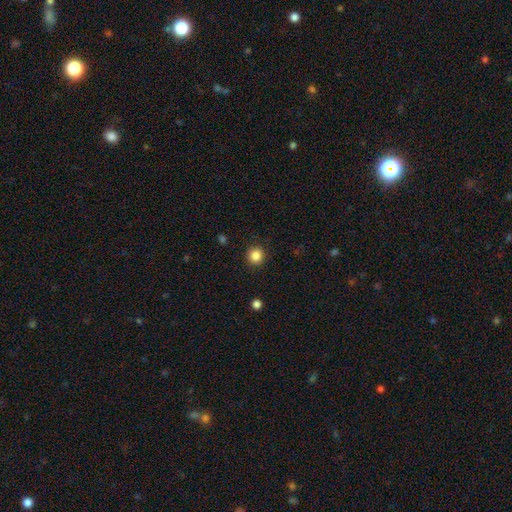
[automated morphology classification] smooth_or_featured: smooth (p=0.85) [alt: star or artifact p=0.11]
how_rounded: round (p=0.92) [alt: in between p=0.07]
merging: none (p=0.91) [alt: minor disturbance p=0.06]